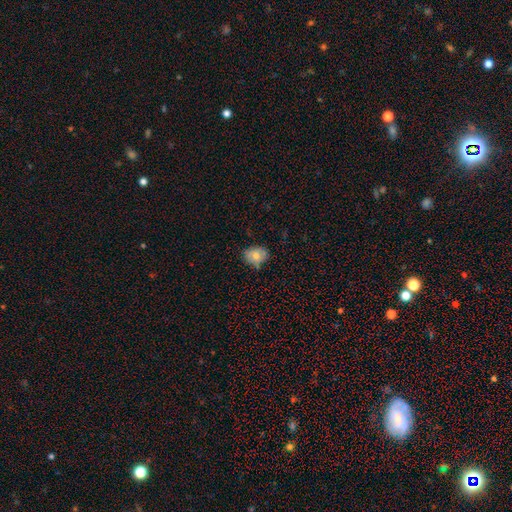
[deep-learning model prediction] Smooth or featured?
  - smooth: 74% *
  - featured or disk: 16%
  - star or artifact: 9%
How rounded?
  - in between: 52% *
  - round: 47%
  - cigar-shaped: 1%
Merging?
  - none: 67% *
  - minor disturbance: 27%
  - major disturbance: 4%
  - merger: 2%